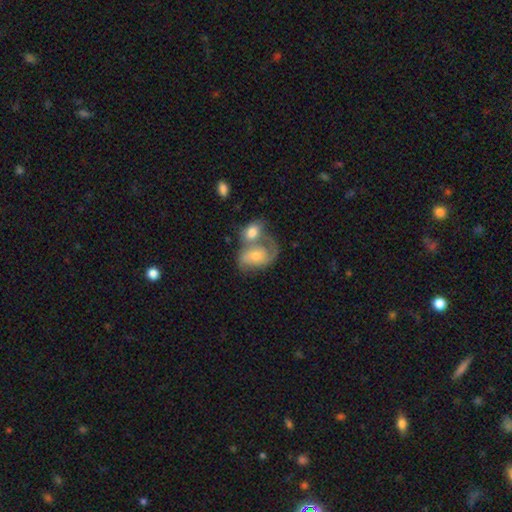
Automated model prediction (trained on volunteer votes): A featured or disk galaxy (64%) with no bar (58%), 2 (72%) medium (48%) spiral arms (86%) and a moderate central bulge (57%).

Vote fractions:
- Smooth or featured? featured or disk: 64% / smooth: 29% / star or artifact: 7%
- Edge-on disk? no: 97% / yes: 3%
- Bar? no: 58% / weak: 34% / strong: 8%
- Spiral arms? yes: 86% / no: 14%
- Spiral winding? medium: 48% / loose: 30% / tight: 22%
- Spiral arm count? 2: 72% / 1: 13% / can't tell: 10% / 3: 3% / 4: 1% / more than 4: 1%
- Bulge size? moderate: 57% / small: 34% / large: 6% / none: 3% / dominant: 1%
- Merging? merger: 62% / none: 20% / minor disturbance: 10% / major disturbance: 9%